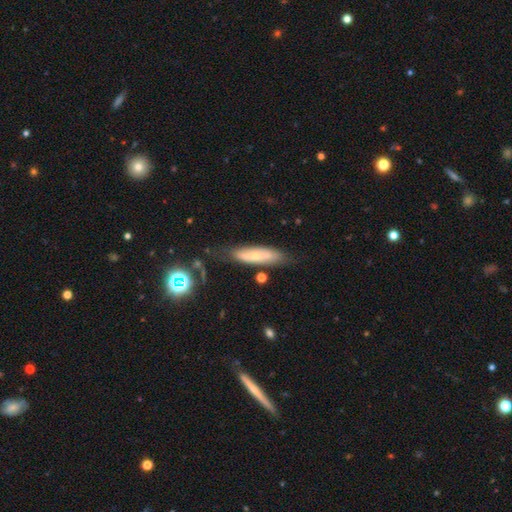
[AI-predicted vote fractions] smooth 54%, featured or disk 39%, star or artifact 8%. Down the decision tree: how rounded — cigar-shaped (63%); merging — none (69%).